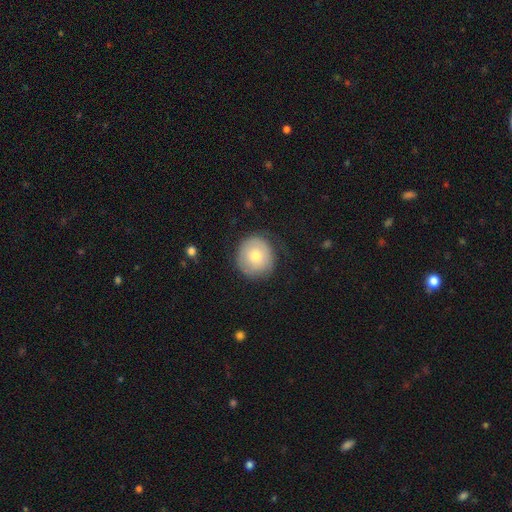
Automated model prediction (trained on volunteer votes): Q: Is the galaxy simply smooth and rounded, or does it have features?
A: smooth — 70%.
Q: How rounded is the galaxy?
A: round — 91%.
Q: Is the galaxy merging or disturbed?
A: none — 79%.